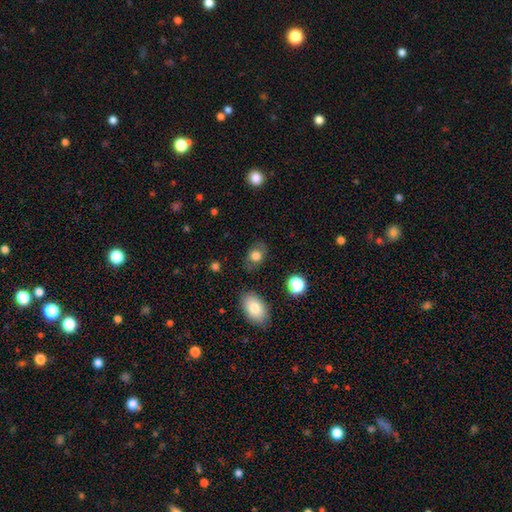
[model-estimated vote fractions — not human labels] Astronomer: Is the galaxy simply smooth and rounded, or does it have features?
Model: smooth — 72%.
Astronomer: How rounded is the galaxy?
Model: in between — 66%.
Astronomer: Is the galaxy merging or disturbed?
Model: none — 75%.